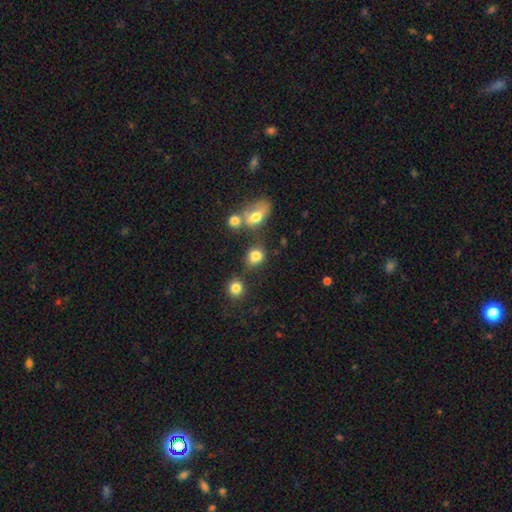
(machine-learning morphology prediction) A smooth galaxy with no disk features (80%) that is round (59%). Merging: none (59%).